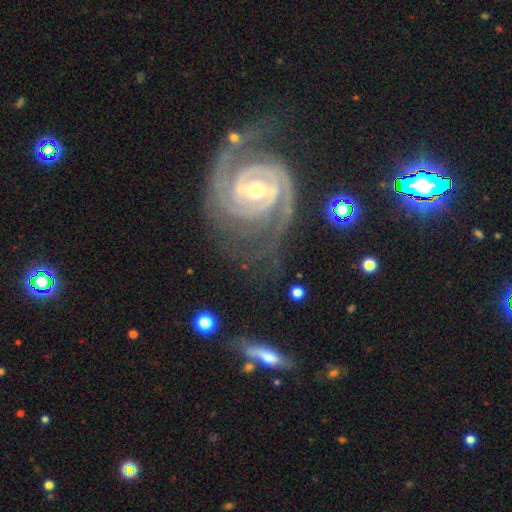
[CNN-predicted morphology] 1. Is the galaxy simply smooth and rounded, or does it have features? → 91% featured or disk, 5% star or artifact, 4% smooth.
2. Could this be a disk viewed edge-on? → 97% no, 3% yes.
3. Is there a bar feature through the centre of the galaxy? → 40% weak, 32% strong, 28% no.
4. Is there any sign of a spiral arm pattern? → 98% yes, 2% no.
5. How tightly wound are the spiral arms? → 64% tight, 30% medium, 5% loose.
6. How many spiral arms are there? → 74% 2, 11% 3, 6% can't tell, 3% 4, 3% 1, 3% more than 4.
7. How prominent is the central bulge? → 58% moderate, 37% small, 3% large, 1% none, 1% dominant.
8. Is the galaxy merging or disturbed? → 62% none, 20% minor disturbance, 13% major disturbance, 5% merger.